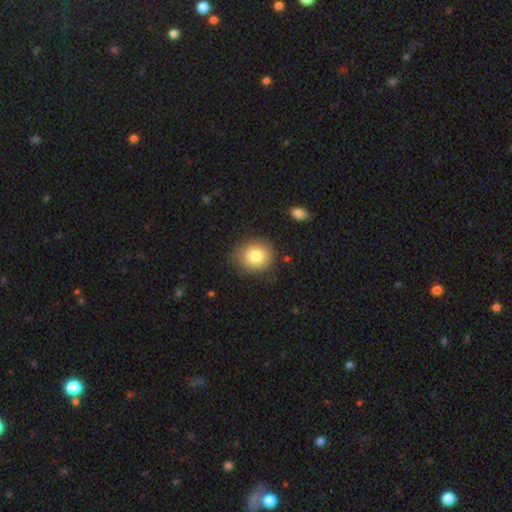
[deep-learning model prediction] A smooth galaxy with no disk features (81%) that is round (76%). Merging: none (81%).